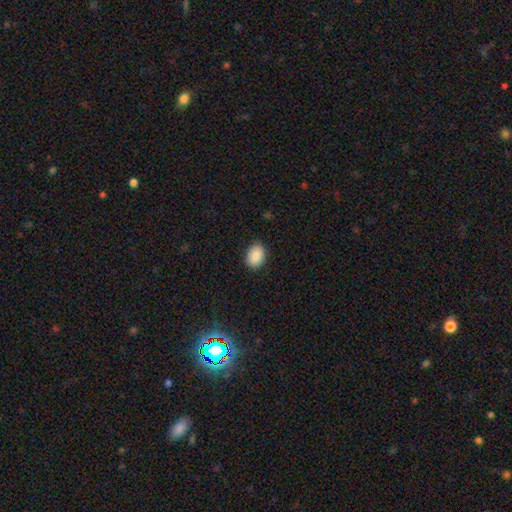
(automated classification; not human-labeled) Morphology: type=smooth (87%); roundness=in between (74%); merging=none (87%).